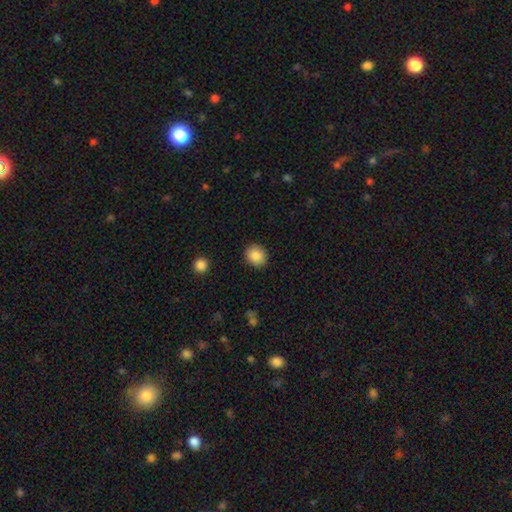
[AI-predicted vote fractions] Morphology: type=smooth (88%); roundness=round (61%); merging=none (88%).